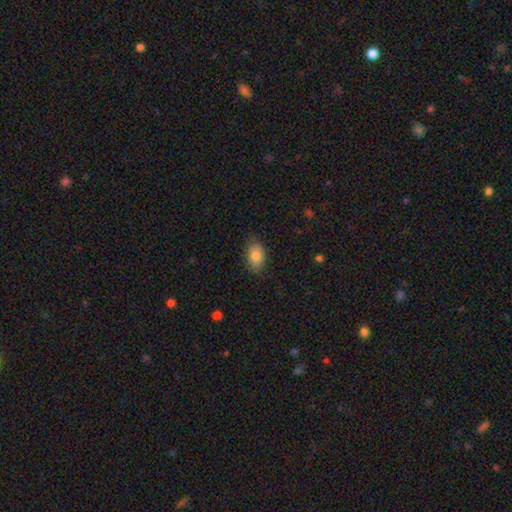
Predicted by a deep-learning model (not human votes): This appears to be a smooth galaxy with no disk features (83%) that is in between round and cigar-shaped (90%). Merging: none (79%).